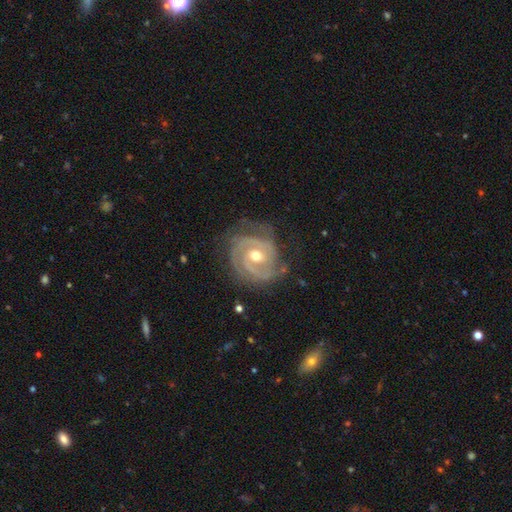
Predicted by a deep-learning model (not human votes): Overall: featured or disk (88%). Edge-on disk: no (97%). Bar: no (61%; weak 30%). Spiral arms: yes (95%). Spiral arm count: 2 (38%; 3 24%). Spiral winding: tight (68%). Bulge size: moderate (69%). Merging: none (63%).